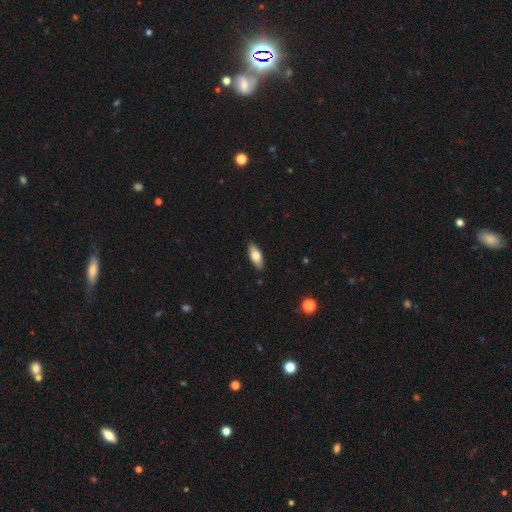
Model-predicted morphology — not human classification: Overall: smooth (72%). How rounded: in between (76%). Merging: none (89%).